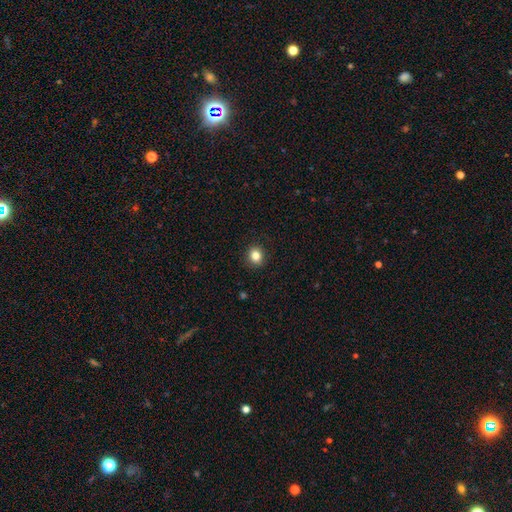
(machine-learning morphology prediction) The model was most divided on "how rounded": round: 77%, in between: 22%, cigar-shaped: 1%. More confident: merging — none (91%); smooth or featured — smooth (84%).